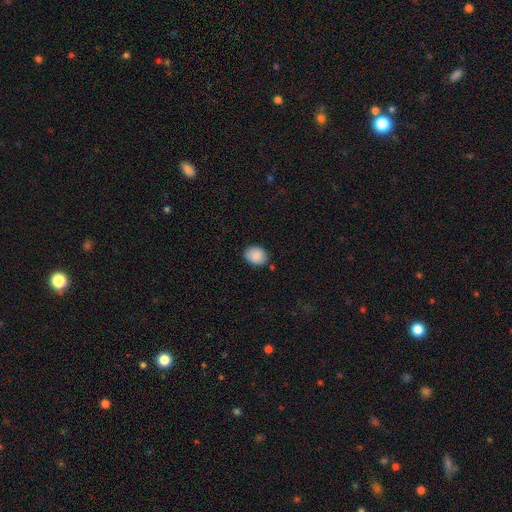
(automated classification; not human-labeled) smooth_or_featured: smooth (p=0.88) [alt: star or artifact p=0.07]
how_rounded: in between (p=0.53) [alt: round p=0.46]
merging: none (p=0.81) [alt: minor disturbance p=0.14]